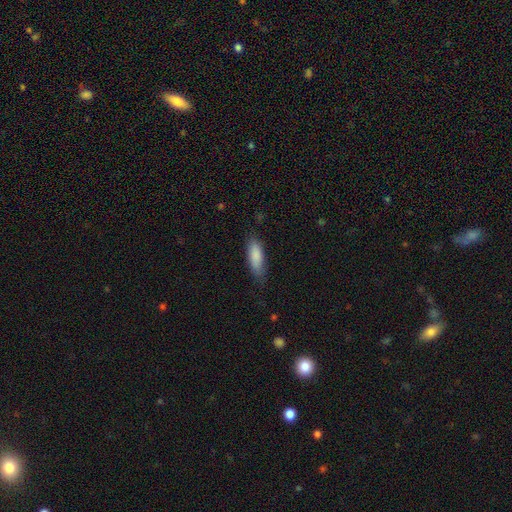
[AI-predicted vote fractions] This appears to be a smooth galaxy with no disk features (87%) that is in between round and cigar-shaped (62%). Merging: none (74%).